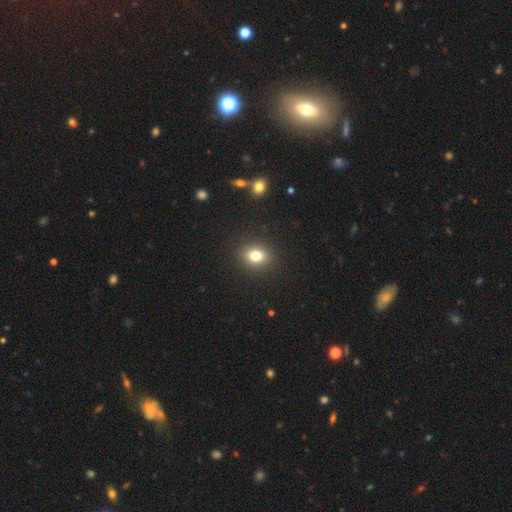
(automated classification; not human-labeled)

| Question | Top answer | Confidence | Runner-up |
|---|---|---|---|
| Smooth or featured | smooth | 79% | star or artifact (13%) |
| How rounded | round | 51% | in between (47%) |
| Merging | none | 89% | minor disturbance (7%) |